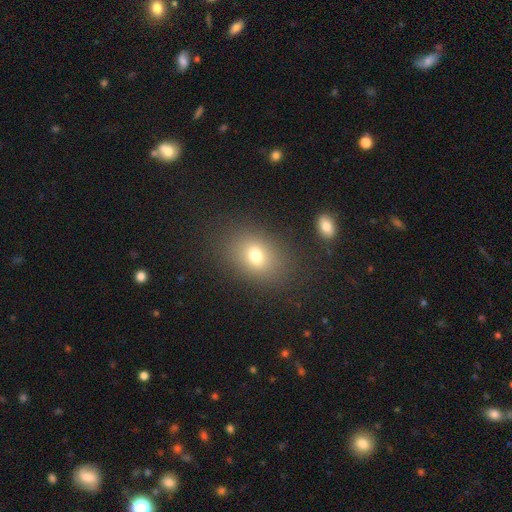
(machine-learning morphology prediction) Smooth or featured? smooth (74%)
How rounded? in between (66%)
Merging? none (82%)